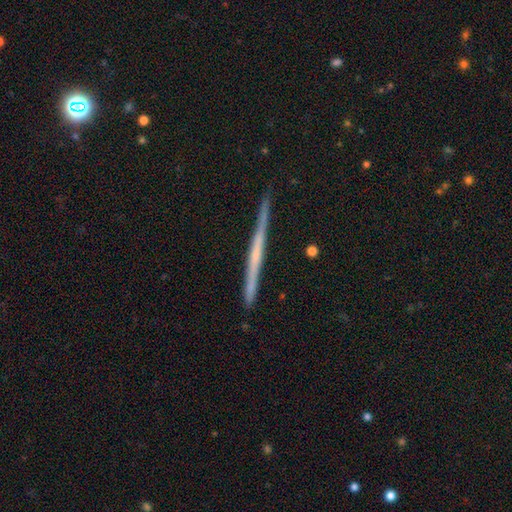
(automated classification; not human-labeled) Morphology: type=featured or disk (65%); edge-on=yes (98%); edge-on bulge=none (79%); merging=none (89%).